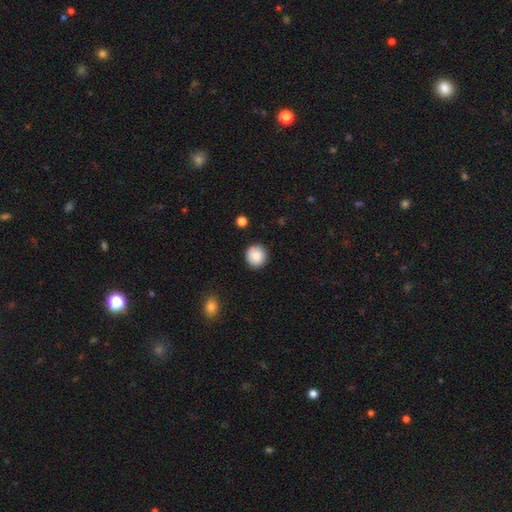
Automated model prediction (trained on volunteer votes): Overall: smooth (86%). How rounded: round (93%). Merging: none (89%).